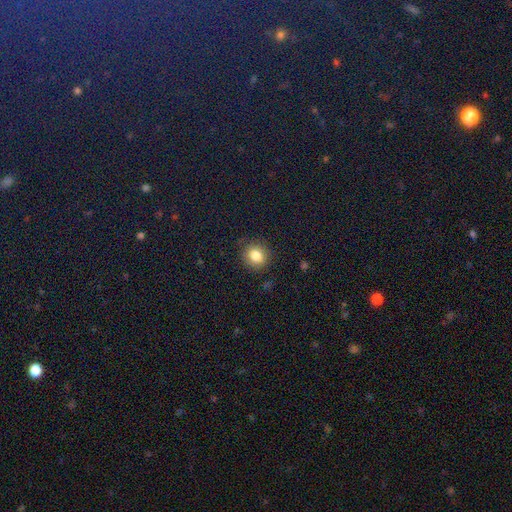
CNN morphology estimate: Overall: smooth (83%). How rounded: round (79%). Merging: none (88%).